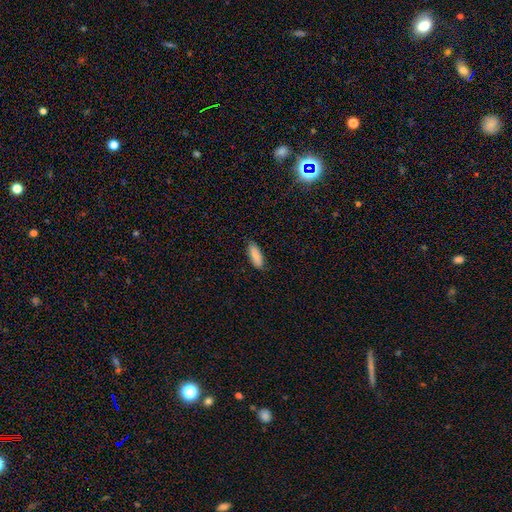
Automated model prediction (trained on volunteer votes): smooth 85%, featured or disk 9%, star or artifact 6%. Down the decision tree: how rounded — in between (76%); merging — none (84%).